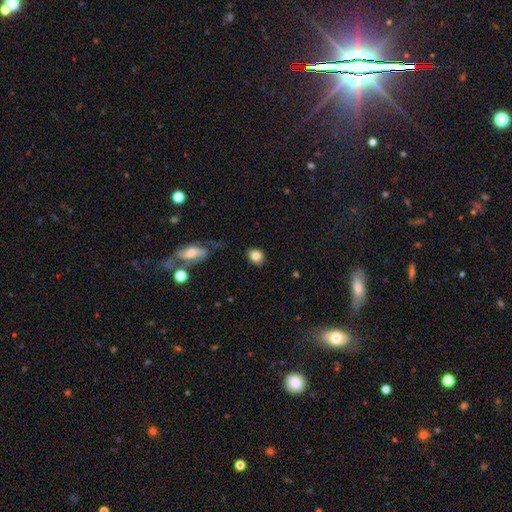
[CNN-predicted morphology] smooth_or_featured: smooth (p=0.81) [alt: featured or disk p=0.10]
how_rounded: round (p=0.60) [alt: in between p=0.38]
merging: none (p=0.80) [alt: minor disturbance p=0.13]